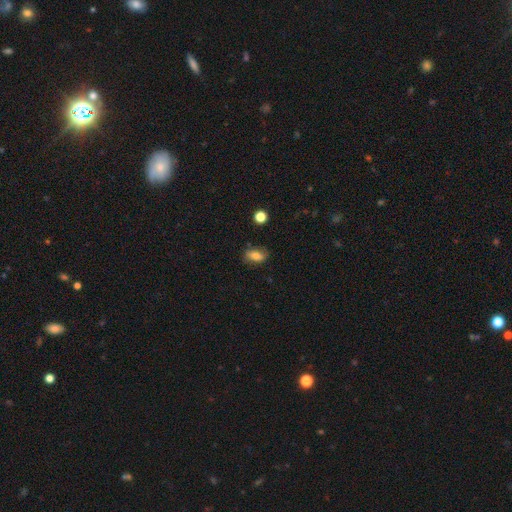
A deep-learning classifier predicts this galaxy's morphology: Smooth or featured? Predicted: smooth (p=0.71). How rounded? Predicted: in between (p=0.82). Merging? Predicted: none (p=0.76).